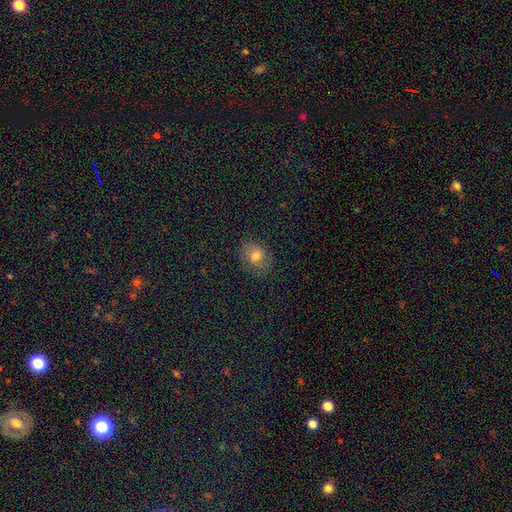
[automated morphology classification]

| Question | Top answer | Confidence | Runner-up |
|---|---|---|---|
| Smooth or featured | smooth | 62% | featured or disk (22%) |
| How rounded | in between | 53% | round (46%) |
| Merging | none | 75% | minor disturbance (18%) |